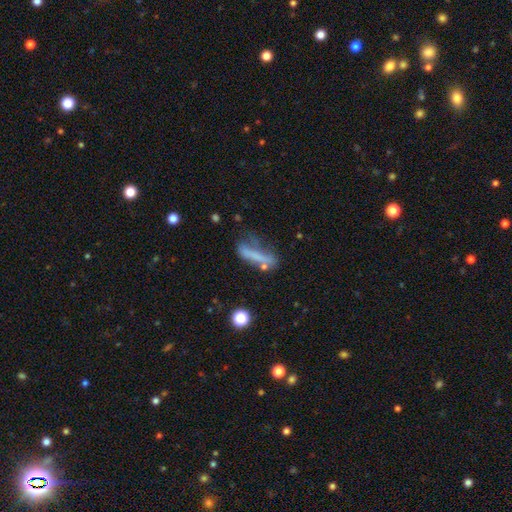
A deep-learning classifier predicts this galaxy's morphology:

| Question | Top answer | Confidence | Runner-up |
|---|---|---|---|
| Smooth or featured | smooth | 54% | featured or disk (32%) |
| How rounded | cigar-shaped | 73% | in between (23%) |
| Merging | none | 34% | major disturbance (28%) |